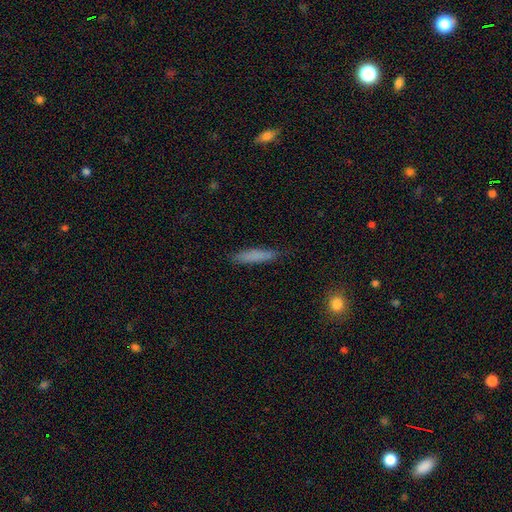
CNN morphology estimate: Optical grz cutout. It shows a smooth galaxy with no disk features (80%) that is cigar-shaped (87%). Merging: none (83%).